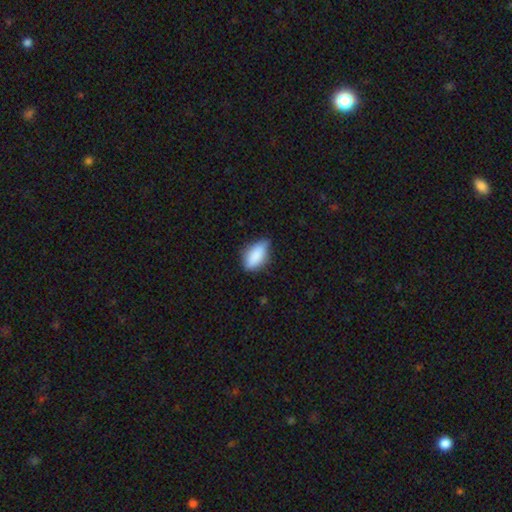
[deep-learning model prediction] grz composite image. It shows a smooth galaxy with no disk features (83%) that is in between round and cigar-shaped (86%). Merging: none (60%).